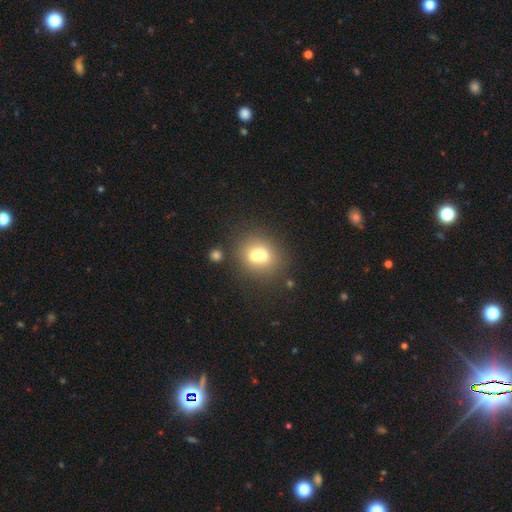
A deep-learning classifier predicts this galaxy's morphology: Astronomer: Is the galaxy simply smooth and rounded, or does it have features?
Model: smooth — 64%.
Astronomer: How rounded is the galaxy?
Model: round — 79%.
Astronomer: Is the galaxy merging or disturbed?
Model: merger — 53% (runner-up: none, 37%).